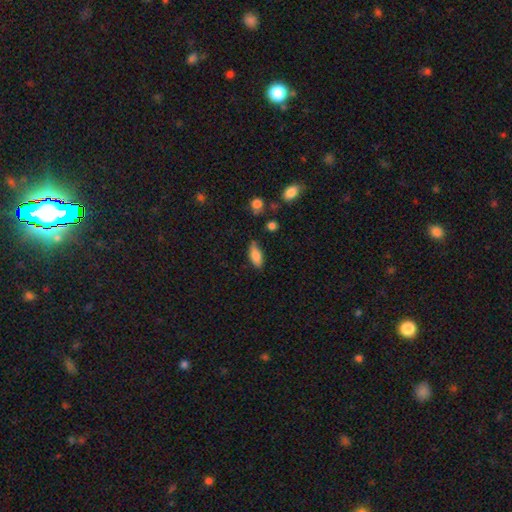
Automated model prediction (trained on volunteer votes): Smooth or featured?
  - smooth: 82% *
  - featured or disk: 10%
  - star or artifact: 8%
How rounded?
  - in between: 82% *
  - cigar-shaped: 15%
  - round: 3%
Merging?
  - none: 72% *
  - minor disturbance: 21%
  - major disturbance: 4%
  - merger: 3%